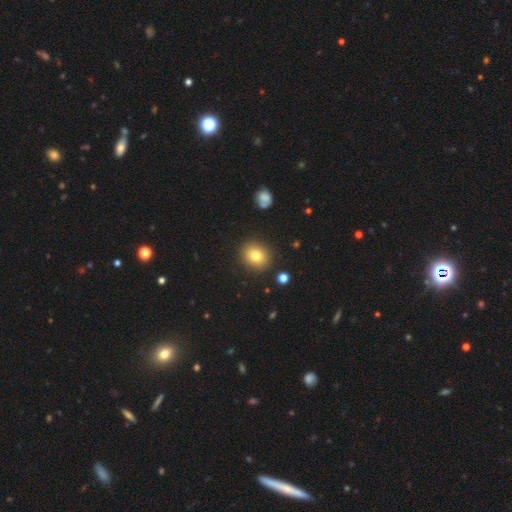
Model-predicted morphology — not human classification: Smooth or featured? Predicted: smooth (p=0.80). How rounded? Predicted: round (p=0.68). Merging? Predicted: none (p=0.88).